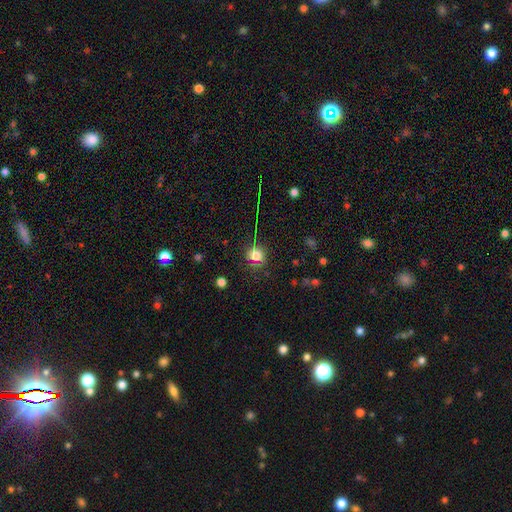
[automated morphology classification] This appears to be a smooth galaxy with no disk features (60%) that is round (85%). Merging: none (81%).